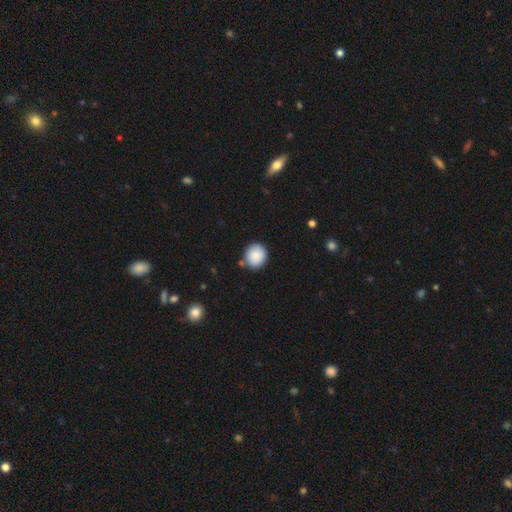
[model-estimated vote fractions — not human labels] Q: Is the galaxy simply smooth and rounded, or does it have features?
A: smooth — 88%.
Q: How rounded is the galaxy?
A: round — 86%.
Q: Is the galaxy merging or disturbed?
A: none — 84%.